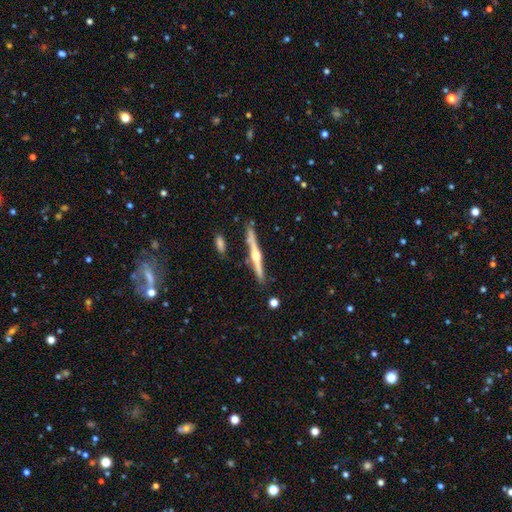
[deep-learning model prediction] Smooth or featured? Predicted: featured or disk (p=0.77). Edge-on disk? Predicted: yes (p=0.98). Edge-on bulge? Predicted: rounded (p=0.89). Merging? Predicted: none (p=0.82).